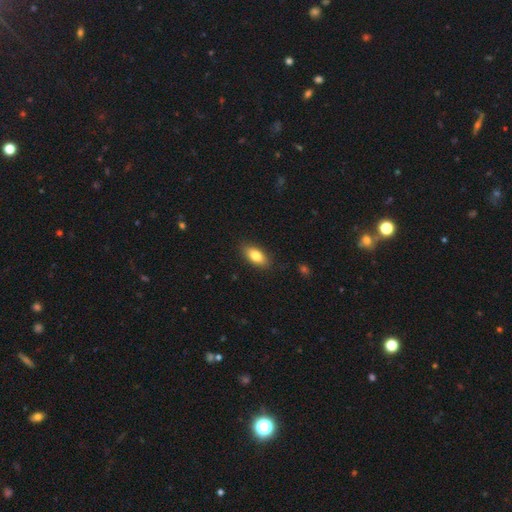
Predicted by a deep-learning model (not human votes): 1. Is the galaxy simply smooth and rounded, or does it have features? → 80% smooth, 13% featured or disk, 7% star or artifact.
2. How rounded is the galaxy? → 87% in between, 9% cigar-shaped, 4% round.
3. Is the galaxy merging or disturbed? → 87% none, 10% minor disturbance, 2% major disturbance, 1% merger.